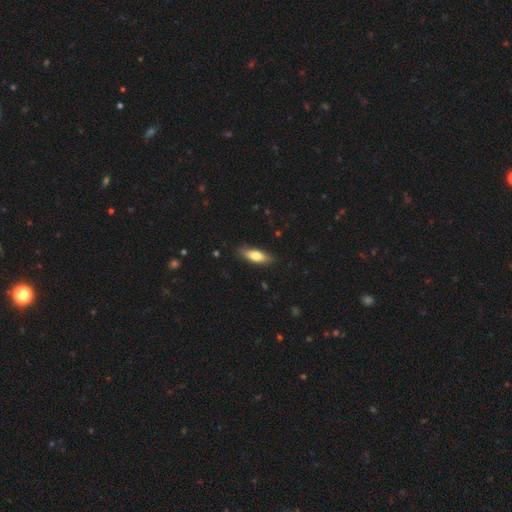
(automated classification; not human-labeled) The model was most divided on "how rounded": in between: 64%, cigar-shaped: 33%, round: 2%. More confident: merging — none (85%); smooth or featured — smooth (75%).